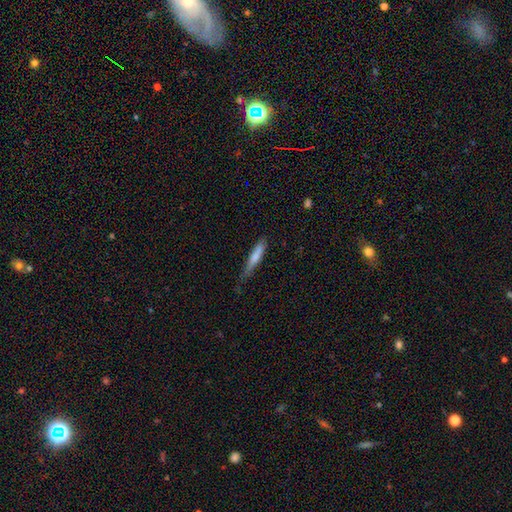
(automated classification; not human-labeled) This is likely a smooth galaxy (72%). How rounded: clearly cigar-shaped (89%). Merging: possibly none (59%).